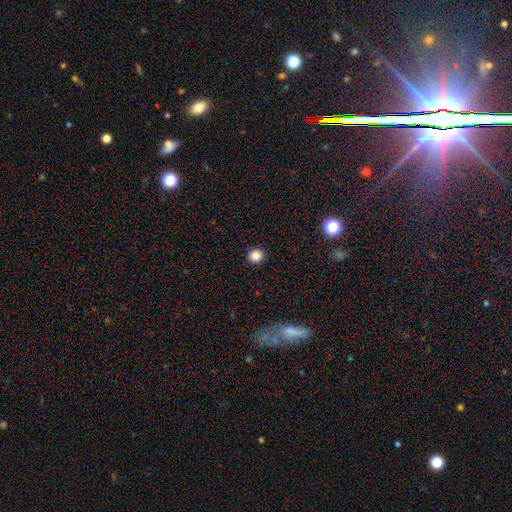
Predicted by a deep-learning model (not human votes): smooth-or-featured: smooth: 85% | star or artifact: 12% | featured or disk: 3%
  how-rounded: round: 91% | in between: 8% | cigar-shaped: 1%
  merging: none: 92% | minor disturbance: 5% | major disturbance: 2% | merger: 1%